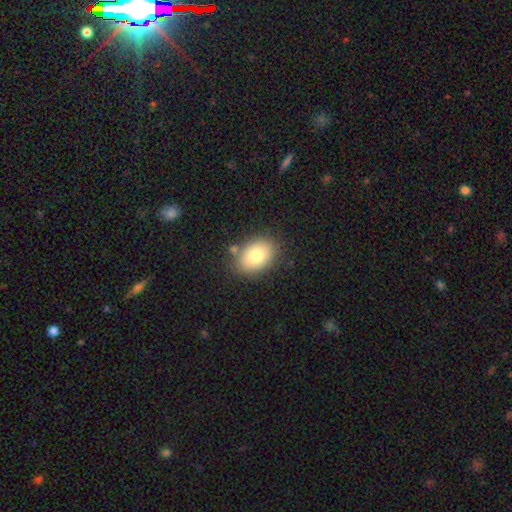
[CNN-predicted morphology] Smooth or featured? Predicted: smooth (p=0.80). How rounded? Predicted: in between (p=0.80). Merging? Predicted: none (p=0.78).